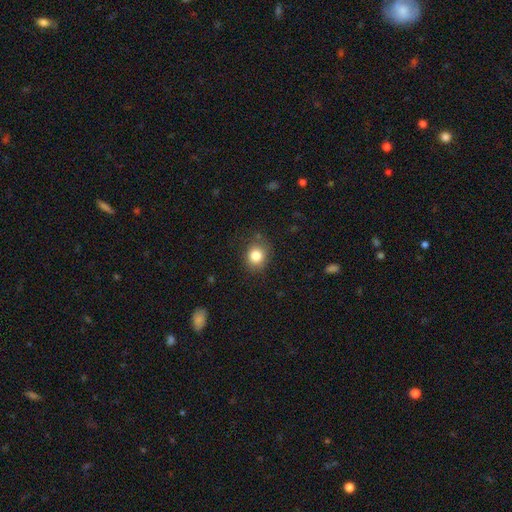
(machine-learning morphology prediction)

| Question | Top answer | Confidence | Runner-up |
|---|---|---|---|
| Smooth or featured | smooth | 83% | star or artifact (10%) |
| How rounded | round | 71% | in between (28%) |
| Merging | none | 78% | minor disturbance (16%) |